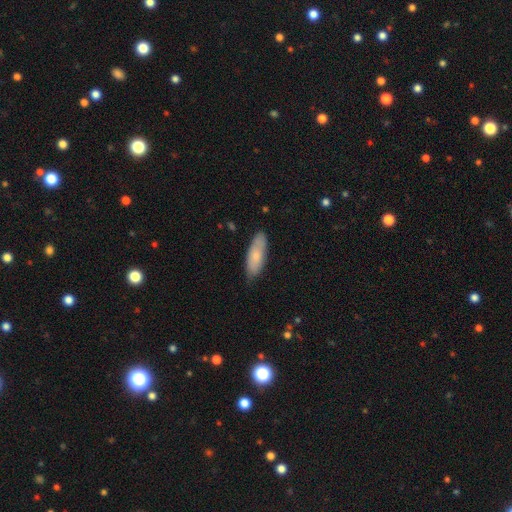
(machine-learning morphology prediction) type=smooth (75%); roundness=in between (68%); merging=none (76%).